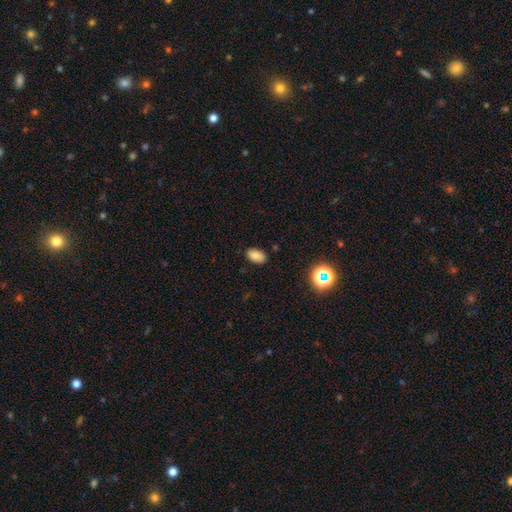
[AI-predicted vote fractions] A smooth galaxy with no disk features (82%) that is in between round and cigar-shaped (91%). Merging: none (85%).